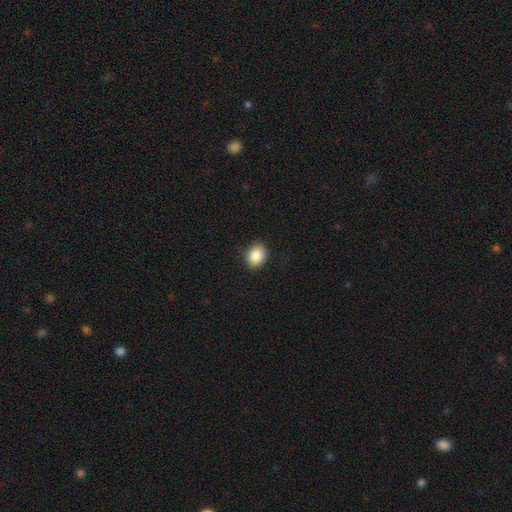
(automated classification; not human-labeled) Smooth or featured? smooth (87%)
How rounded? in between (53%)
Merging? none (89%)